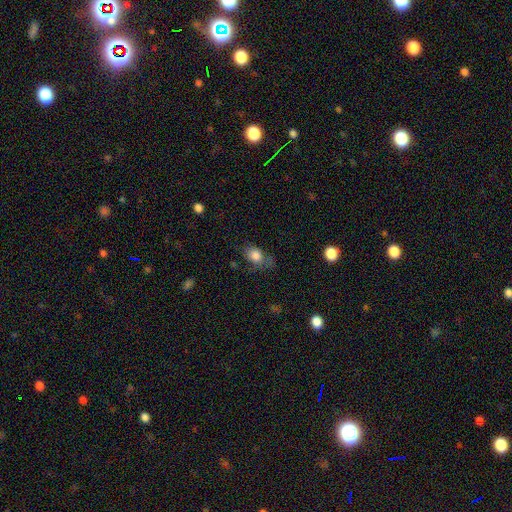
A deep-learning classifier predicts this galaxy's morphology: This appears to be a smooth galaxy with no disk features (80%) that is in between round and cigar-shaped (67%). Merging: none (50%).